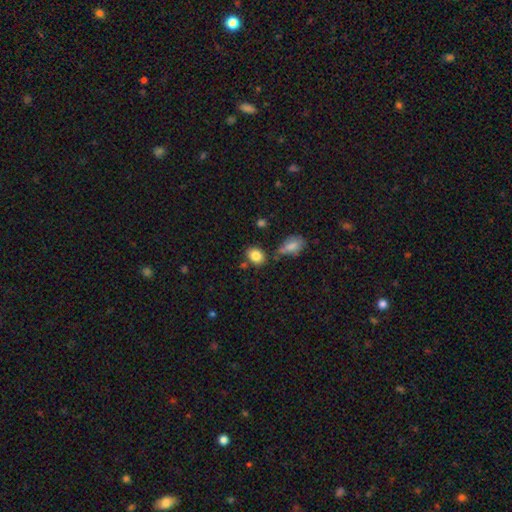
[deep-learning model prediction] This appears to be a smooth galaxy with no disk features (84%) that is in between round and cigar-shaped (59%). Merging: none (70%).